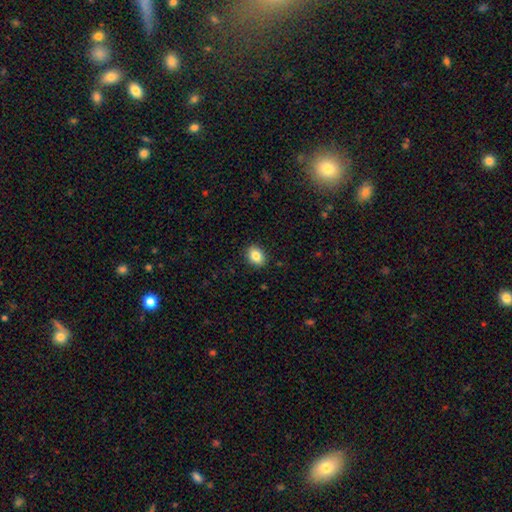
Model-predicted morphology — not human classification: smooth 84%, star or artifact 9%, featured or disk 8%. Down the decision tree: how rounded — in between (67%); merging — none (89%).